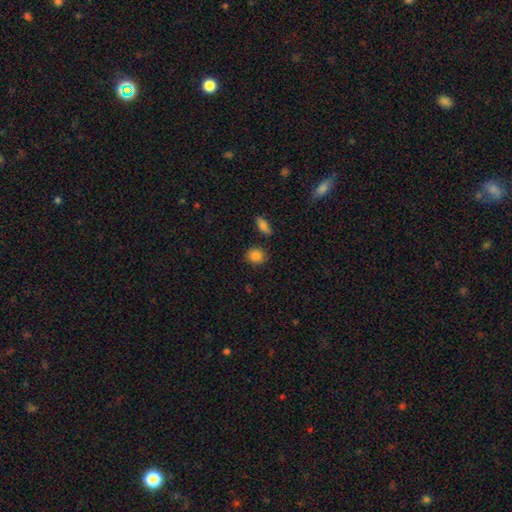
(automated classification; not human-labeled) A smooth galaxy with no disk features (86%) that is round (74%).

Vote fractions:
- Smooth or featured? smooth: 86% / star or artifact: 9% / featured or disk: 5%
- How rounded? round: 74% / in between: 25% / cigar-shaped: 2%
- Merging? none: 82% / minor disturbance: 11% / merger: 4% / major disturbance: 3%